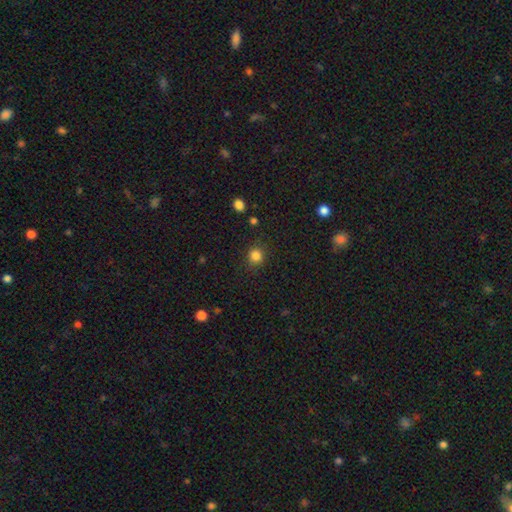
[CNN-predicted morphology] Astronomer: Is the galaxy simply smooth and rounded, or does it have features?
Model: smooth — 84%.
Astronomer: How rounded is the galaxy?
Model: round — 88%.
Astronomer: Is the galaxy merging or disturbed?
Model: none — 87%.